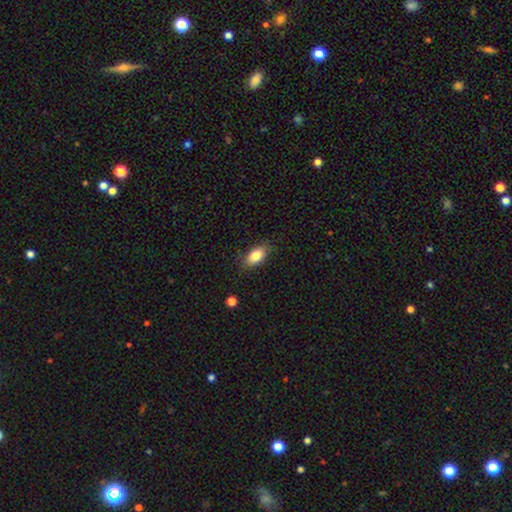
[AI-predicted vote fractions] The model was most divided on "merging": none: 82%, minor disturbance: 14%, major disturbance: 3%, merger: 1%. More confident: how rounded — in between (89%); smooth or featured — smooth (84%).